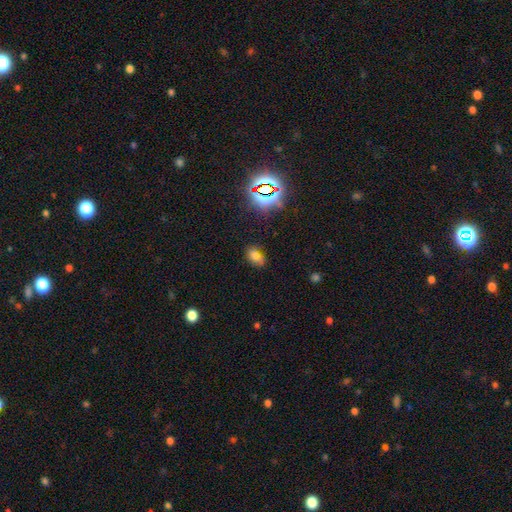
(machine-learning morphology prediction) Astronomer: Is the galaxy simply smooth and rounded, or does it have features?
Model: smooth — 64%.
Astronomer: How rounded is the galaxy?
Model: in between — 80%.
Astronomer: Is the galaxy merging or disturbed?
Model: none — 62%.